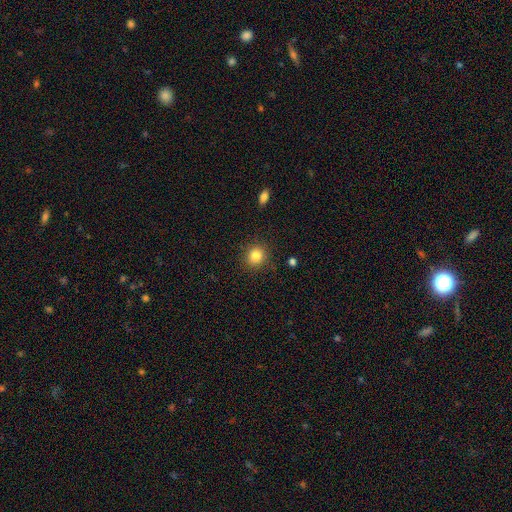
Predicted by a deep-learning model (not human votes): This appears to be a smooth galaxy with no disk features (84%) that is round (86%). Merging: none (89%).